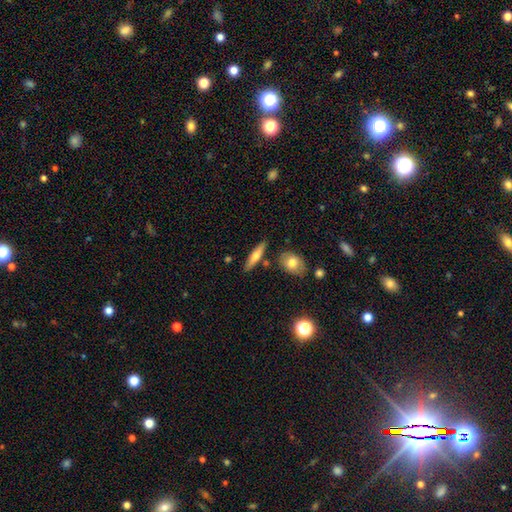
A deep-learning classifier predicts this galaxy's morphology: Smooth or featured?
  - smooth: 60% *
  - featured or disk: 34%
  - star or artifact: 6%
How rounded?
  - cigar-shaped: 74% *
  - in between: 23%
  - round: 3%
Merging?
  - none: 79% *
  - minor disturbance: 11%
  - merger: 8%
  - major disturbance: 3%